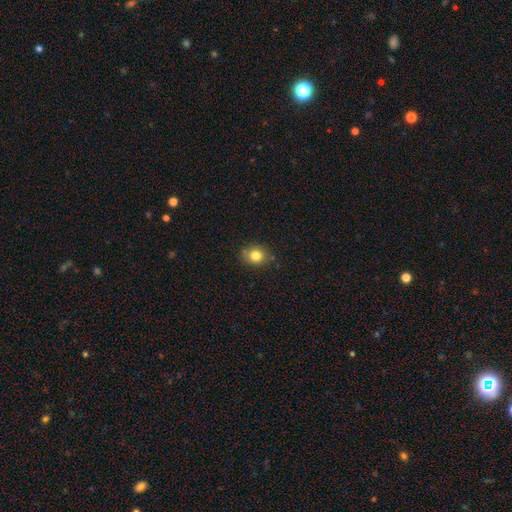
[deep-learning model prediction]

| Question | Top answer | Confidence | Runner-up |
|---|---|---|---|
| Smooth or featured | smooth | 82% | star or artifact (11%) |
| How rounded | round | 71% | in between (28%) |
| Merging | none | 81% | minor disturbance (14%) |